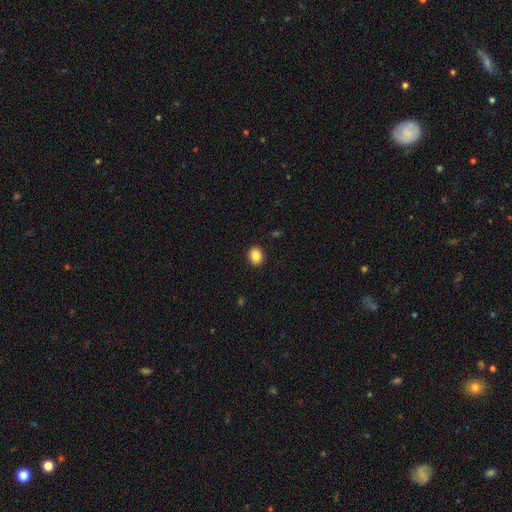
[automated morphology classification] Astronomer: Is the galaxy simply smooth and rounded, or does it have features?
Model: smooth — 88%.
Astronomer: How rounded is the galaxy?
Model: round — 50% (runner-up: in between, 49%).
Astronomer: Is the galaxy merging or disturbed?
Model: none — 91%.